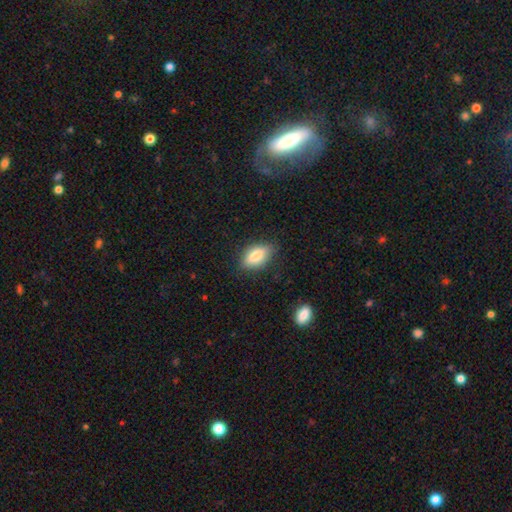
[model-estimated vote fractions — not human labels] smooth 79%, featured or disk 14%, star or artifact 7%. Down the decision tree: how rounded — in between (86%); merging — none (80%).